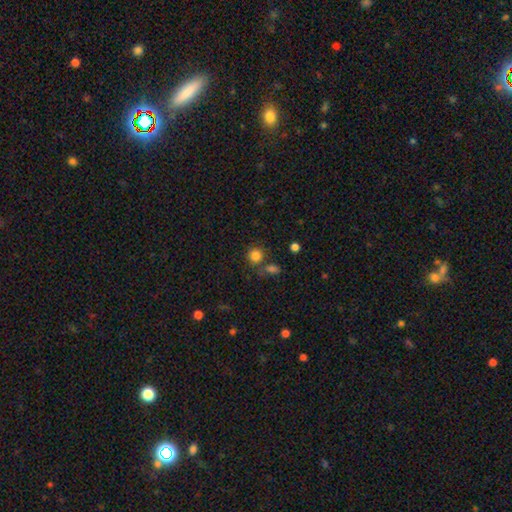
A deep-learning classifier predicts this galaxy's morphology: Smooth or featured?
  - smooth: 83% *
  - star or artifact: 12%
  - featured or disk: 5%
How rounded?
  - round: 88% *
  - in between: 11%
  - cigar-shaped: 1%
Merging?
  - none: 69% *
  - merger: 16%
  - minor disturbance: 10%
  - major disturbance: 4%